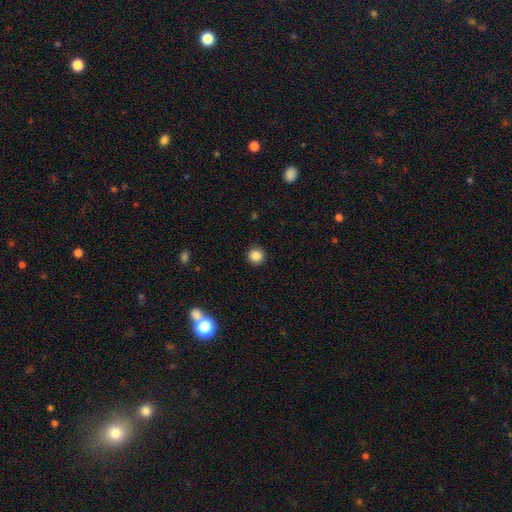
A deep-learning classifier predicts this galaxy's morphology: smooth_or_featured: smooth (p=0.86) [alt: star or artifact p=0.10]
how_rounded: round (p=0.94) [alt: in between p=0.05]
merging: none (p=0.92) [alt: minor disturbance p=0.05]